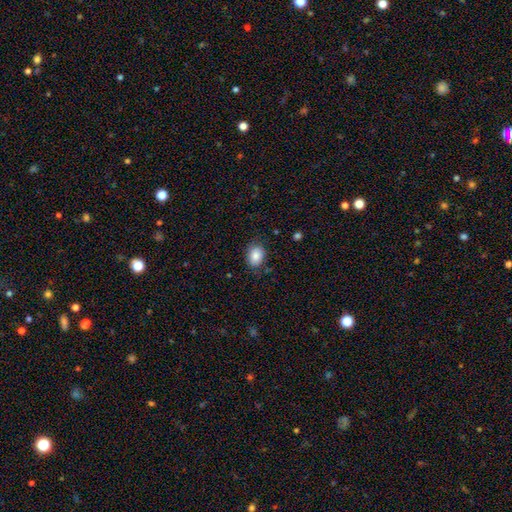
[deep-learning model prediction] smooth_or_featured: smooth (p=0.84) [alt: star or artifact p=0.08]
how_rounded: in between (p=0.67) [alt: round p=0.32]
merging: none (p=0.77) [alt: minor disturbance p=0.17]